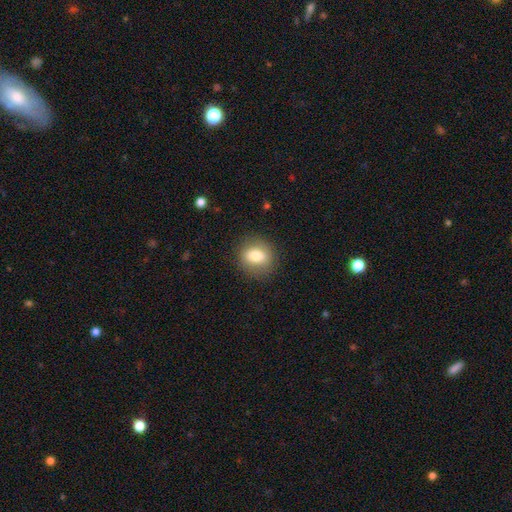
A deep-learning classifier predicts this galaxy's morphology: type=smooth (76%); roundness=round (66%); merging=none (85%).